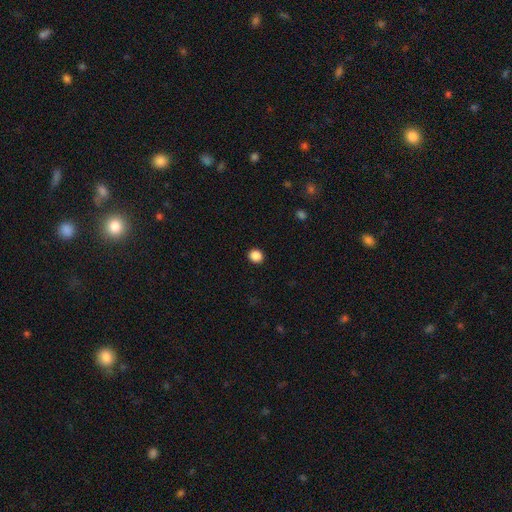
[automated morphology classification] This is clearly a smooth galaxy (87%). How rounded: clearly round (86%). Merging: clearly none (93%).